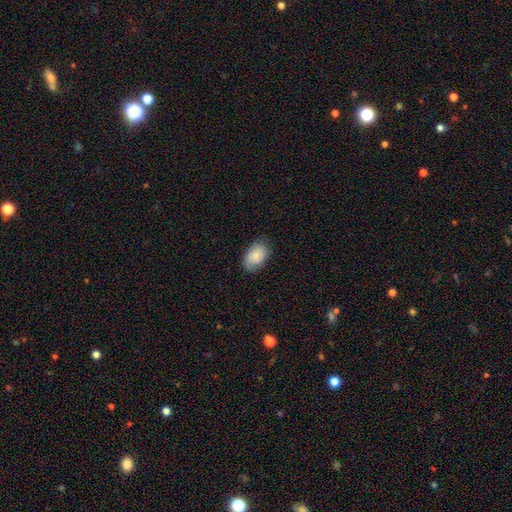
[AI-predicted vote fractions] smooth 85%, featured or disk 9%, star or artifact 7%. Down the decision tree: how rounded — in between (88%); merging — none (79%).